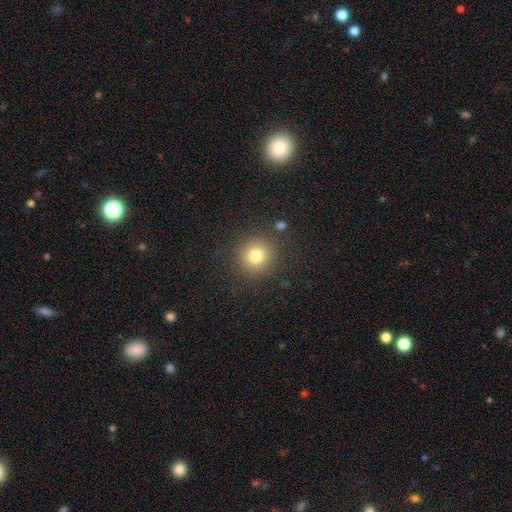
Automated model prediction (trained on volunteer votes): smooth-or-featured: smooth: 78% | star or artifact: 13% | featured or disk: 9%
  how-rounded: round: 91% | in between: 8% | cigar-shaped: 1%
  merging: none: 86% | minor disturbance: 8% | major disturbance: 4% | merger: 2%